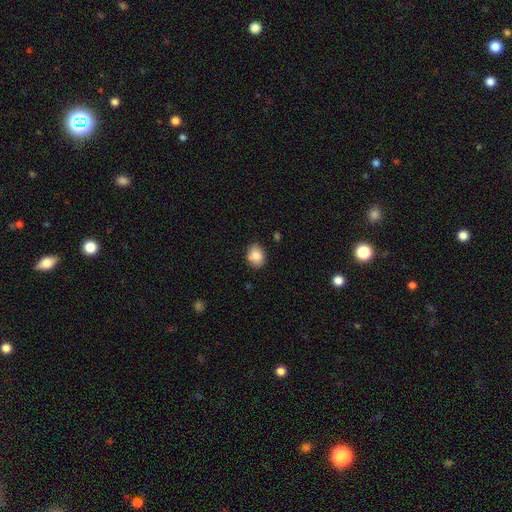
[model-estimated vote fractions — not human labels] A smooth galaxy with no disk features (85%) that is in between round and cigar-shaped (53%).

Vote fractions:
- Smooth or featured? smooth: 85% / star or artifact: 8% / featured or disk: 7%
- How rounded? in between: 53% / round: 46% / cigar-shaped: 1%
- Merging? none: 82% / minor disturbance: 13% / merger: 2% / major disturbance: 2%